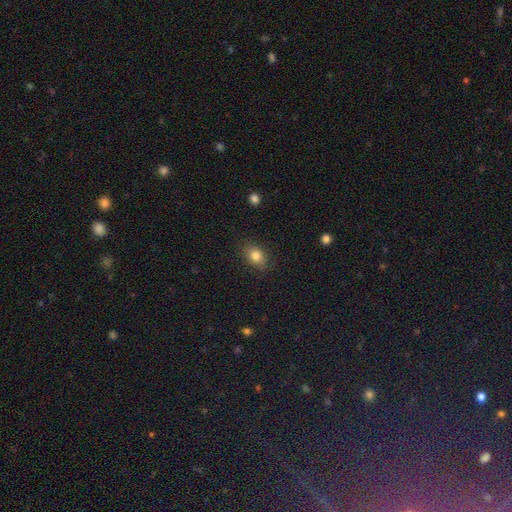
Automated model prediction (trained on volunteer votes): Smooth or featured: smooth — 82% (star or artifact — 10%)
How rounded: in between — 74% (round — 24%)
Merging: none — 83% (minor disturbance — 13%)